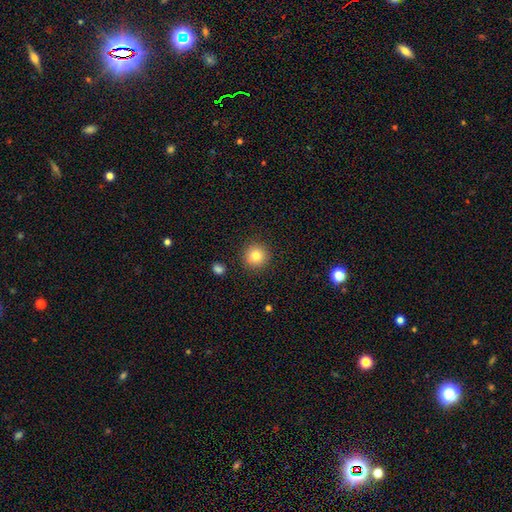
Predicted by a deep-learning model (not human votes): Smooth or featured?
  - smooth: 82% *
  - star or artifact: 10%
  - featured or disk: 7%
How rounded?
  - round: 95% *
  - in between: 5%
  - cigar-shaped: 1%
Merging?
  - none: 90% *
  - minor disturbance: 6%
  - major disturbance: 2%
  - merger: 2%